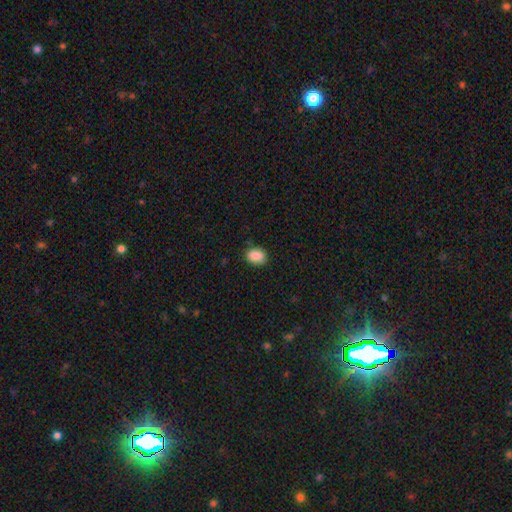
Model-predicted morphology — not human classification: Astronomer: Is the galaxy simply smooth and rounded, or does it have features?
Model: smooth — 88%.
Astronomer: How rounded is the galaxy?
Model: in between — 69%.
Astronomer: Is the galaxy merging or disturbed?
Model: none — 82%.